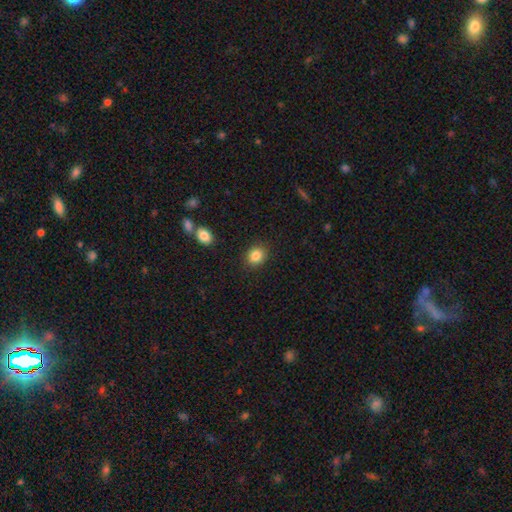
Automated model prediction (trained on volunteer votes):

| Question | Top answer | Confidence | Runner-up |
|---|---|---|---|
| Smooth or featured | smooth | 85% | star or artifact (9%) |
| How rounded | round | 66% | in between (33%) |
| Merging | none | 89% | minor disturbance (7%) |